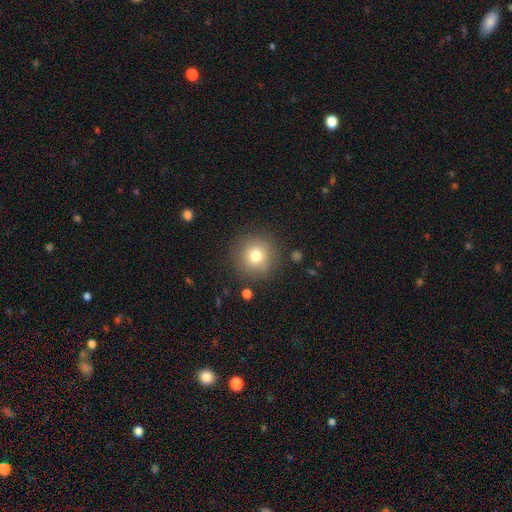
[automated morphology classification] Smooth or featured? Predicted: smooth (p=0.77). How rounded? Predicted: round (p=0.95). Merging? Predicted: none (p=0.87).